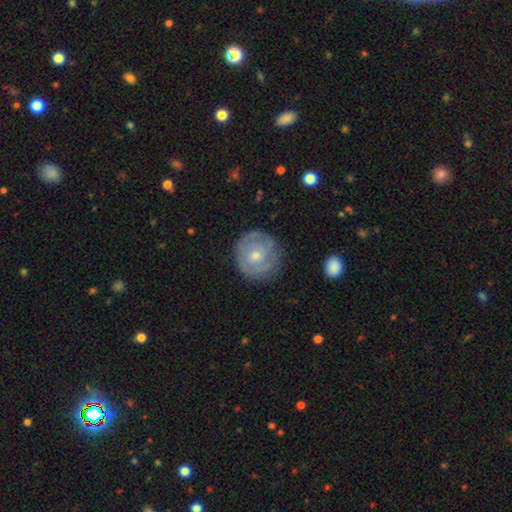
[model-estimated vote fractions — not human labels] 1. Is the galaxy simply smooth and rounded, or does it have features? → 65% featured or disk, 28% smooth, 7% star or artifact.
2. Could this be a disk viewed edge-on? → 97% no, 3% yes.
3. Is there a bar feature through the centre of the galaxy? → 77% no, 20% weak, 3% strong.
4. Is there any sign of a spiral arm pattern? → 81% yes, 19% no.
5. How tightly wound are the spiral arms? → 70% tight, 22% medium, 7% loose.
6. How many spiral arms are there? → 46% can't tell, 25% 2, 14% 3, 6% 1, 5% 4, 4% more than 4.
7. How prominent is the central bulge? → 57% small, 39% moderate, 1% none, 1% large, 1% dominant.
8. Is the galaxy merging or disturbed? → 79% none, 15% minor disturbance, 5% major disturbance, 1% merger.